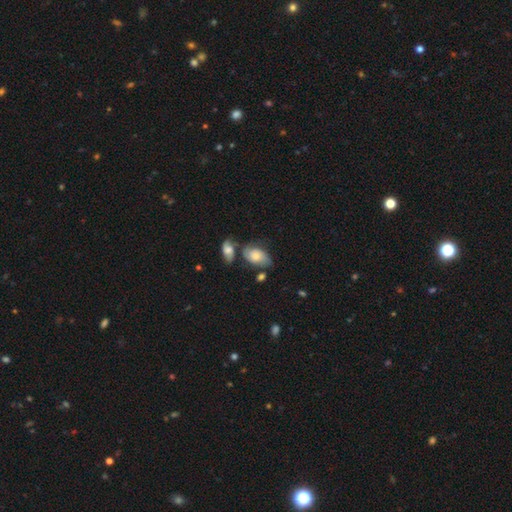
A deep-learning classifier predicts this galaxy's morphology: type=smooth (61%); roundness=in between (90%); merging=none (44%).